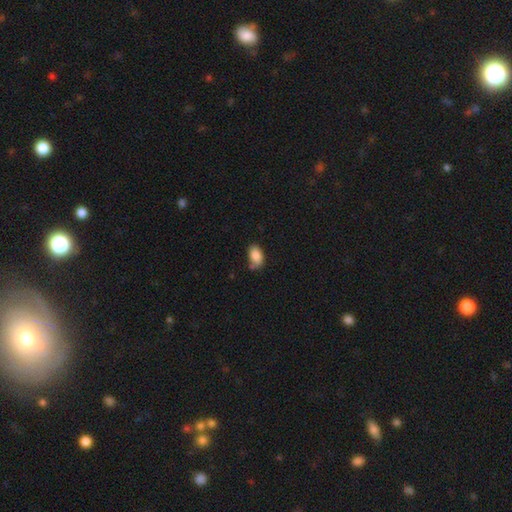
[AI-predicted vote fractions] Smooth or featured: smooth — 86% (star or artifact — 8%)
How rounded: in between — 91% (round — 7%)
Merging: none — 64% (minor disturbance — 23%)